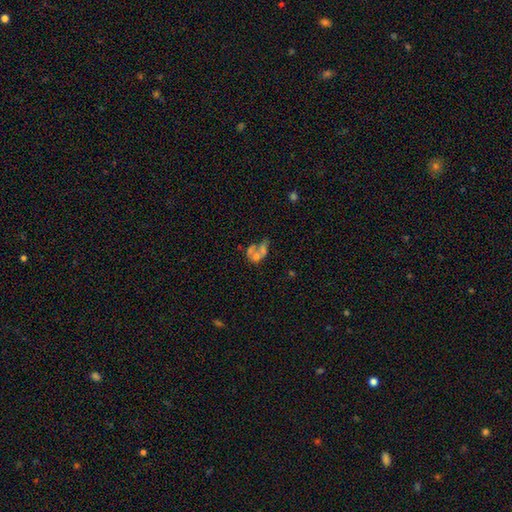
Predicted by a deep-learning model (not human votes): Smooth or featured? Predicted: featured or disk (p=0.47). Merging? Predicted: merger (p=0.50).